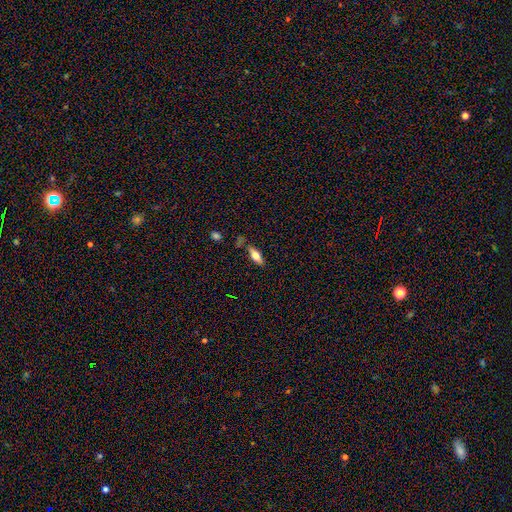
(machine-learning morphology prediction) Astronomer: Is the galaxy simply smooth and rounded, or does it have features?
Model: smooth — 58% (runner-up: featured or disk, 34%).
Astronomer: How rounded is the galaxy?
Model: in between — 63%.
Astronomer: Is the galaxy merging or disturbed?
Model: none — 77%.